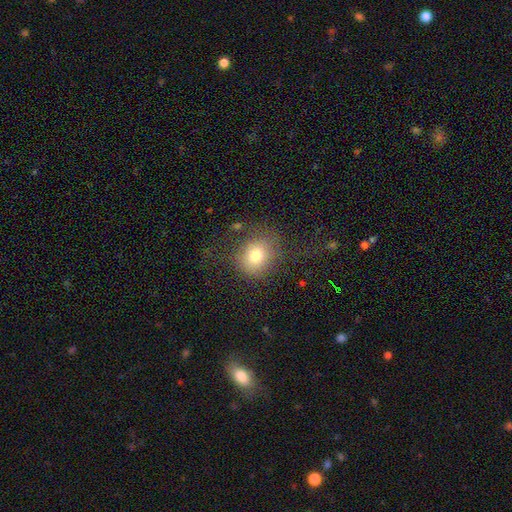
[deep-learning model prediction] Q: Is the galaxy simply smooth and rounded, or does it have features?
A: smooth — 76%.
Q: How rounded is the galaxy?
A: round — 75%.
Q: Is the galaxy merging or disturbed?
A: none — 68%.